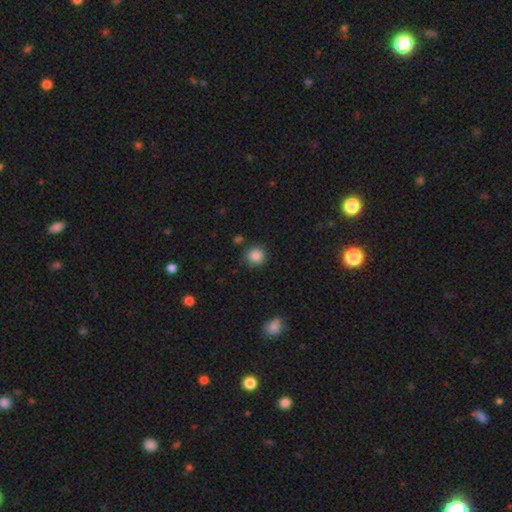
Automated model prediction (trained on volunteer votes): smooth 86%, star or artifact 10%, featured or disk 3%. Down the decision tree: how rounded — round (91%); merging — none (84%).